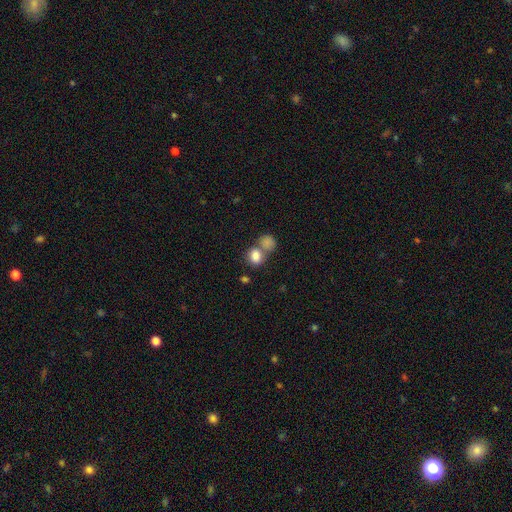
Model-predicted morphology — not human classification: smooth-or-featured: smooth: 83% | star or artifact: 9% | featured or disk: 8%
  how-rounded: round: 51% | in between: 48% | cigar-shaped: 1%
  merging: merger: 47% | none: 40% | minor disturbance: 9% | major disturbance: 4%